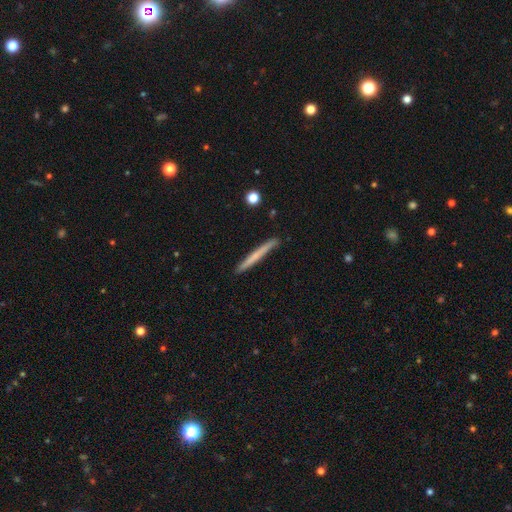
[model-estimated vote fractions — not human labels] Smooth or featured? Predicted: smooth (p=0.56). How rounded? Predicted: cigar-shaped (p=0.97). Merging? Predicted: none (p=0.90).